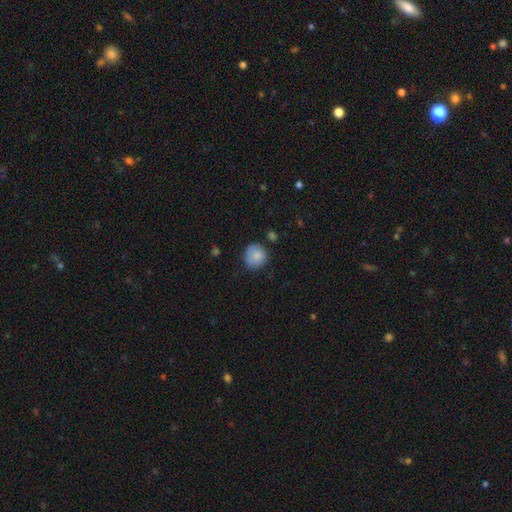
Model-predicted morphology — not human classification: Smooth or featured?
  - smooth: 82% *
  - featured or disk: 10%
  - star or artifact: 8%
How rounded?
  - round: 87% *
  - in between: 13%
  - cigar-shaped: 1%
Merging?
  - none: 68% *
  - minor disturbance: 23%
  - major disturbance: 6%
  - merger: 3%